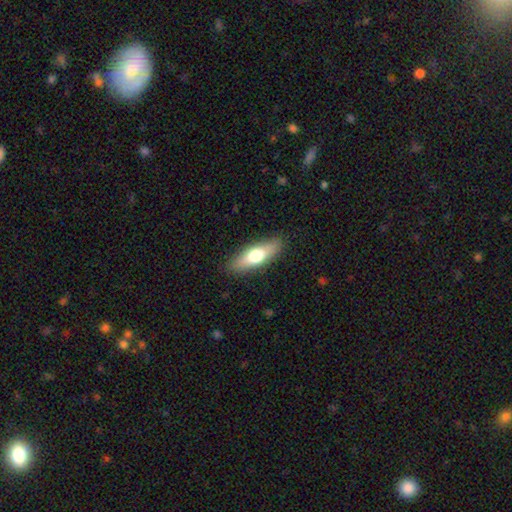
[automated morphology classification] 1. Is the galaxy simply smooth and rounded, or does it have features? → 64% smooth, 30% featured or disk, 6% star or artifact.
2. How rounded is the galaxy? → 51% in between, 46% cigar-shaped, 3% round.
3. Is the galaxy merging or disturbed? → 88% none, 9% minor disturbance, 2% major disturbance, 1% merger.